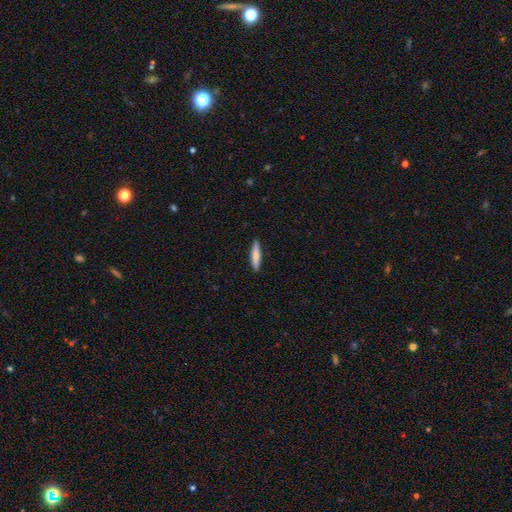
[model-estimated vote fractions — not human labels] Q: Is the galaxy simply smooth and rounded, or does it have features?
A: smooth — 73%.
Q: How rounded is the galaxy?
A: cigar-shaped — 90%.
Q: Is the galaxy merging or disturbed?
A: none — 90%.